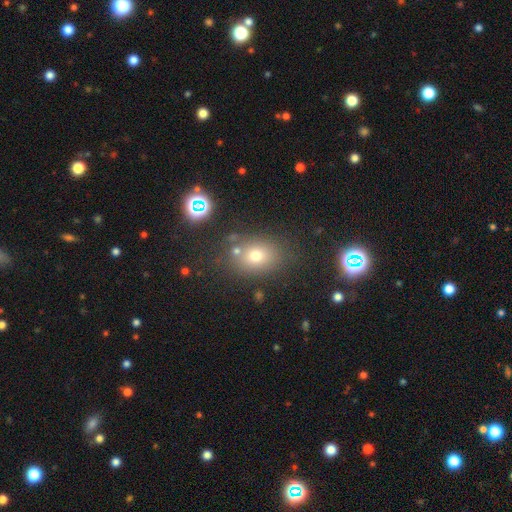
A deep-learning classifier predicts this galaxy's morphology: A smooth galaxy with no disk features (69%) that is in between round and cigar-shaped (54%). Merging: none (74%).